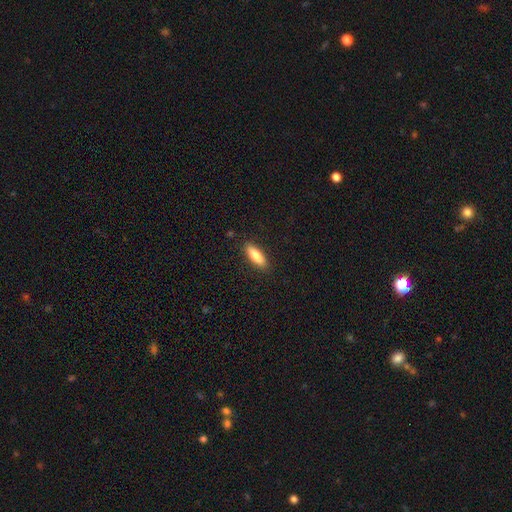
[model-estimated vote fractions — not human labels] smooth-or-featured: smooth: 76% | featured or disk: 19% | star or artifact: 6%
  how-rounded: in between: 50% | cigar-shaped: 48% | round: 2%
  merging: none: 89% | minor disturbance: 8% | major disturbance: 2% | merger: 1%